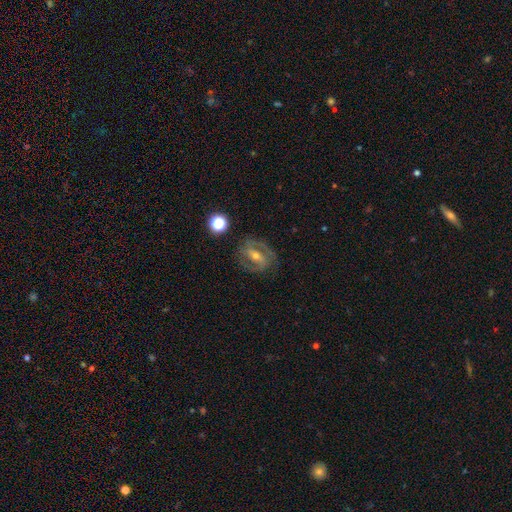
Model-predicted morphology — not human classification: The model was most divided on "bulge size": small: 50%, moderate: 46%, large: 2%, none: 1%, dominant: 1%. Remaining: edge-on disk — no (95%); spiral arms — yes (92%); spiral arm count — 2 (87%); smooth or featured — featured or disk (84%); merging — none (82%); bar — strong (55%); spiral winding — medium (49%).